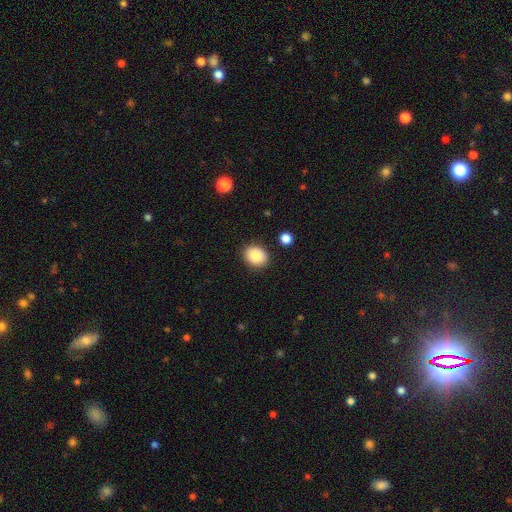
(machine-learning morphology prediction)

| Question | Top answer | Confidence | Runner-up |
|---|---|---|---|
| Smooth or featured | smooth | 87% | star or artifact (8%) |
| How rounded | round | 54% | in between (45%) |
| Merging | none | 89% | minor disturbance (7%) |